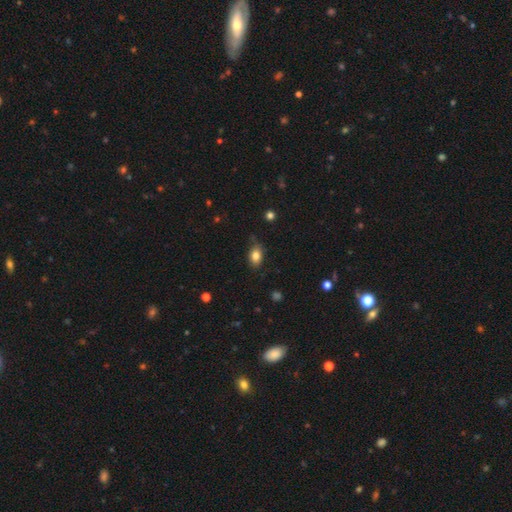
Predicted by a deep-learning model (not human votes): Smooth or featured: smooth — 82% (star or artifact — 10%)
How rounded: in between — 80% (round — 18%)
Merging: none — 76% (minor disturbance — 19%)